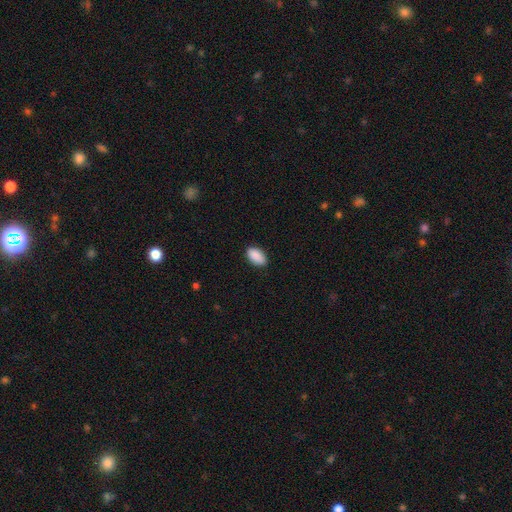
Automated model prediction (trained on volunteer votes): Morphology: type=smooth (91%); roundness=in between (94%); merging=none (87%).